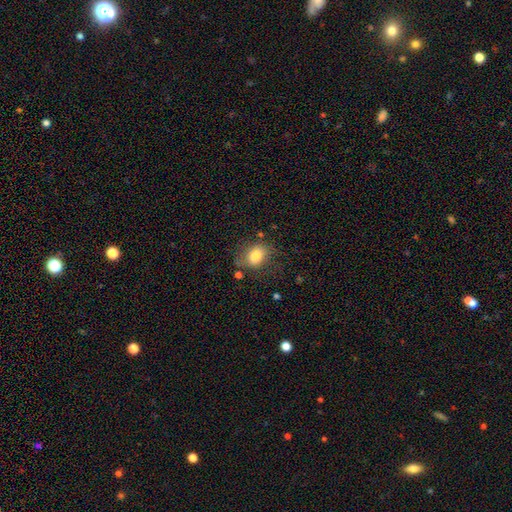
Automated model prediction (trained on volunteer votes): The model was most divided on "how rounded": in between: 59%, round: 40%, cigar-shaped: 1%. More confident: smooth or featured — smooth (78%); merging — none (68%).